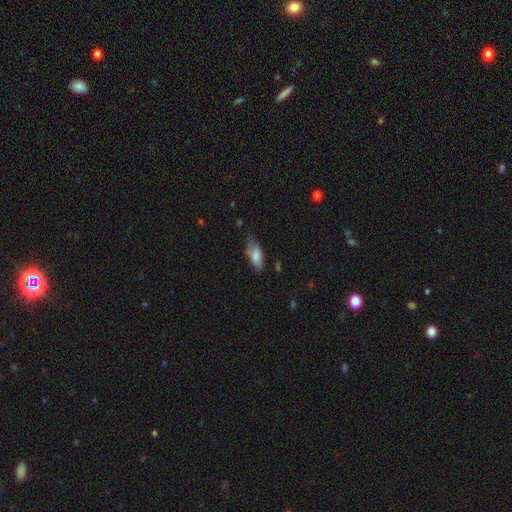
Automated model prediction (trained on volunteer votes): A smooth galaxy with no disk features (81%) that is in between round and cigar-shaped (80%).

Vote fractions:
- Smooth or featured? smooth: 81% / featured or disk: 12% / star or artifact: 7%
- How rounded? in between: 80% / cigar-shaped: 18% / round: 2%
- Merging? none: 50% / minor disturbance: 36% / major disturbance: 11% / merger: 3%